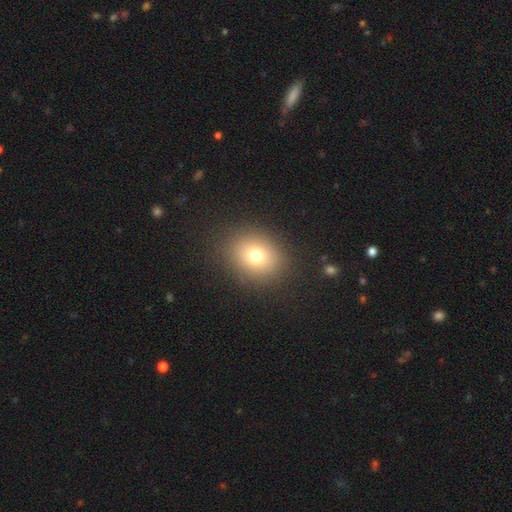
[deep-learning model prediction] This is likely a smooth galaxy (75%). How rounded: possibly round (58%). Merging: clearly none (87%).